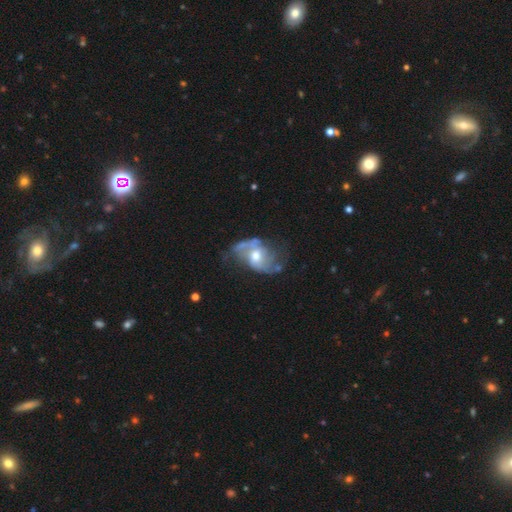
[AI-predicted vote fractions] Smooth or featured?
  - featured or disk: 83% *
  - smooth: 11%
  - star or artifact: 6%
Edge-on disk?
  - no: 97% *
  - yes: 3%
Bar?
  - no: 52% *
  - weak: 38%
  - strong: 11%
Spiral arms?
  - yes: 90% *
  - no: 10%
Spiral winding?
  - loose: 48% *
  - medium: 39%
  - tight: 13%
Spiral arm count?
  - 2: 84% *
  - can't tell: 7%
  - 1: 3%
  - 3: 3%
  - 4: 1%
  - more than 4: 1%
Bulge size?
  - moderate: 70% *
  - small: 19%
  - large: 8%
  - none: 1%
  - dominant: 1%
Merging?
  - none: 55% *
  - minor disturbance: 24%
  - major disturbance: 18%
  - merger: 3%